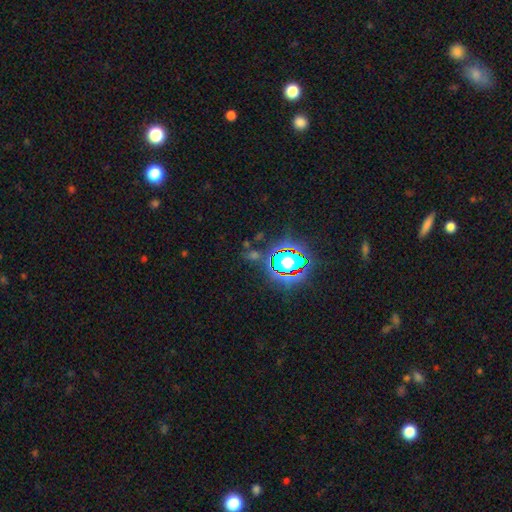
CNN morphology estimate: type=star or artifact (71%).